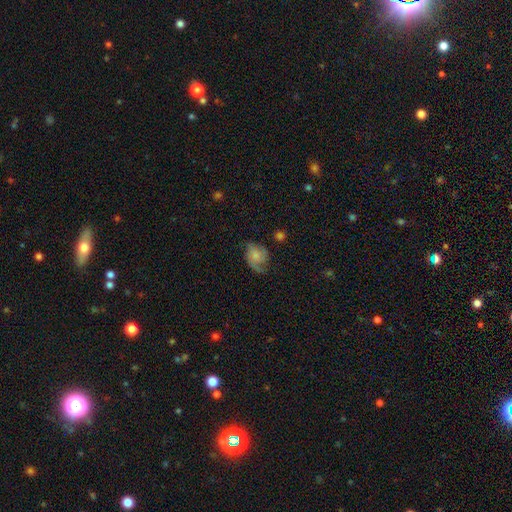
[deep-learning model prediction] Smooth or featured? smooth (51%)
How rounded? in between (58%)
Merging? none (47%)